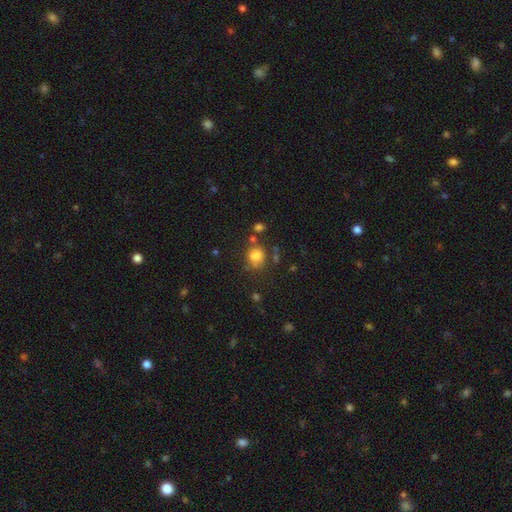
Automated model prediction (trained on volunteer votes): This is likely a smooth galaxy (73%). How rounded: possibly round (58%). Merging: possibly none (50%).